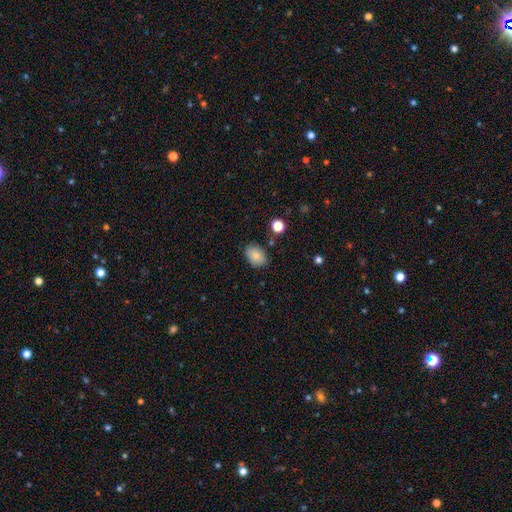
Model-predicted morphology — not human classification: This appears to be a smooth galaxy with no disk features (84%) that is in between round and cigar-shaped (79%). Merging: none (81%).